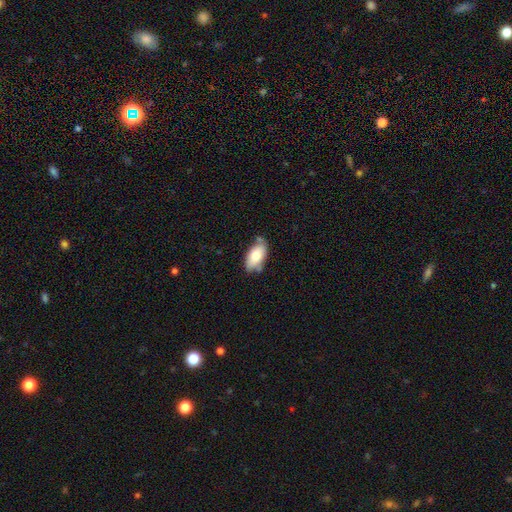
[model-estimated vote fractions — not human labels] A smooth galaxy with no disk features (74%) that is in between round and cigar-shaped (93%). Merging: none (64%).